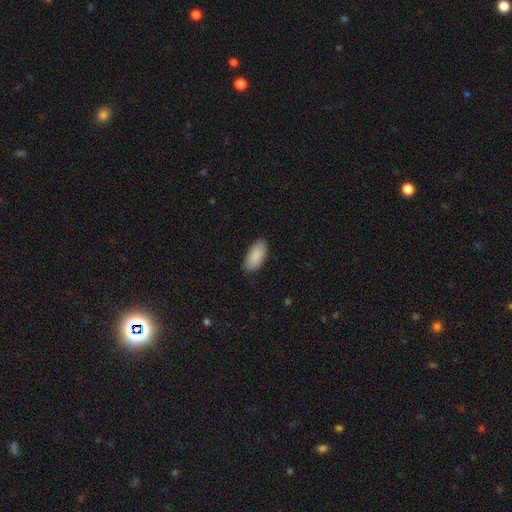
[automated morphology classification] smooth_or_featured: smooth (p=0.90) [alt: star or artifact p=0.06]
how_rounded: in between (p=0.92) [alt: cigar-shaped p=0.06]
merging: none (p=0.87) [alt: minor disturbance p=0.10]